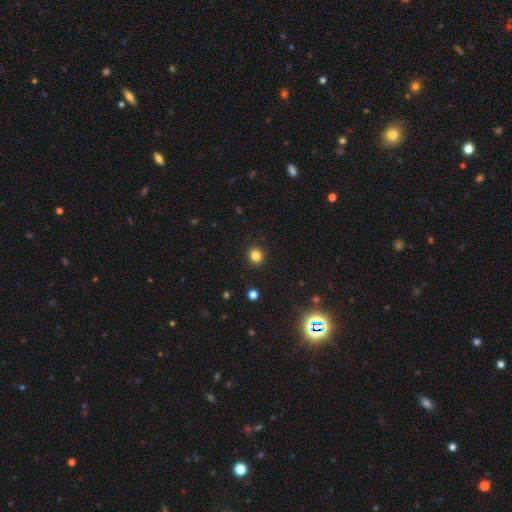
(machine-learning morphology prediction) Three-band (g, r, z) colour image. It shows a smooth galaxy with no disk features (82%) that is round (91%). Merging: none (93%).